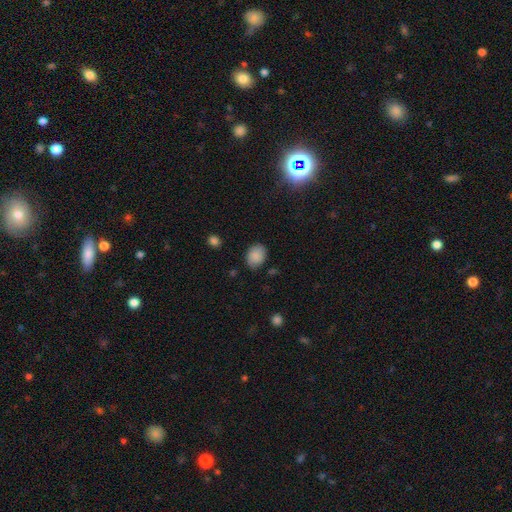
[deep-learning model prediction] A smooth galaxy with no disk features (87%) that is in between round and cigar-shaped (64%).

Vote fractions:
- Smooth or featured? smooth: 87% / star or artifact: 8% / featured or disk: 5%
- How rounded? in between: 64% / round: 36% / cigar-shaped: 1%
- Merging? none: 81% / minor disturbance: 15% / major disturbance: 3% / merger: 1%